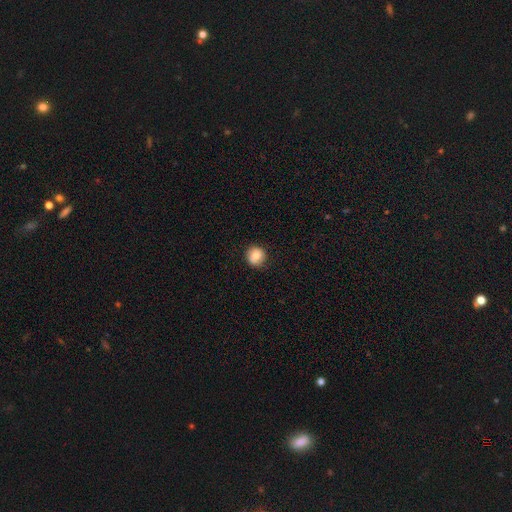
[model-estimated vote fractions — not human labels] This is likely a smooth galaxy (75%). How rounded: clearly round (93%). Merging: clearly none (85%).